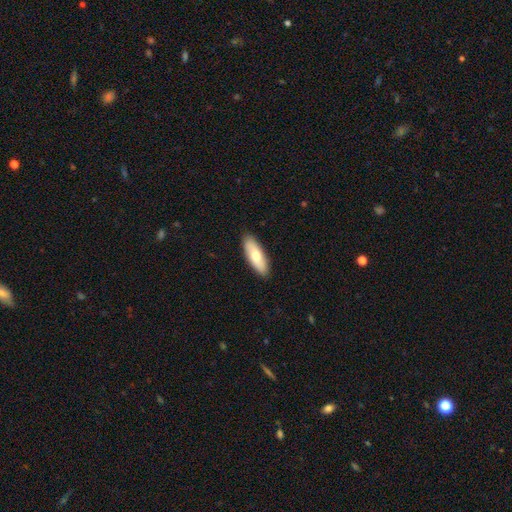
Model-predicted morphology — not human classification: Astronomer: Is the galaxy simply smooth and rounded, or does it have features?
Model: smooth — 70%.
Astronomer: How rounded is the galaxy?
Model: in between — 63%.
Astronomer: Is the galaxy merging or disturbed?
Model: none — 90%.